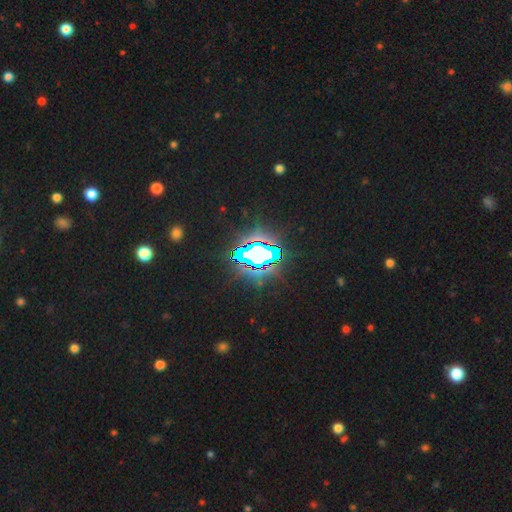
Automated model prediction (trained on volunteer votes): Smooth or featured? star or artifact (75%)